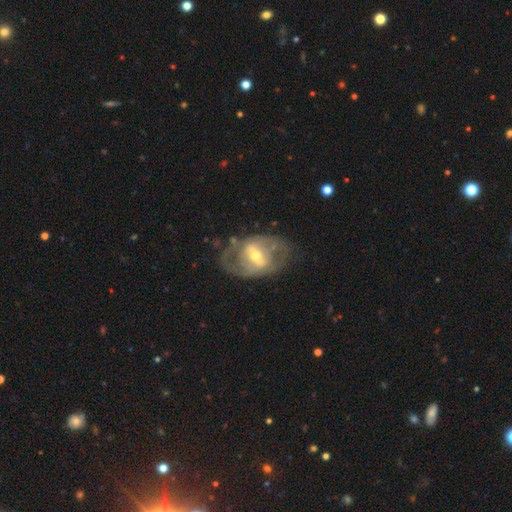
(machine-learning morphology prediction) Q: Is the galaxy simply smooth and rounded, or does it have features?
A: featured or disk — 75%.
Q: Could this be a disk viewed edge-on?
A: no — 94%.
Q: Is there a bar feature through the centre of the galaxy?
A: strong — 45%.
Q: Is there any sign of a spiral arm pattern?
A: yes — 55%.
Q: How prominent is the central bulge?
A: moderate — 52%.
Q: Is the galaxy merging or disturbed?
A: none — 62%.